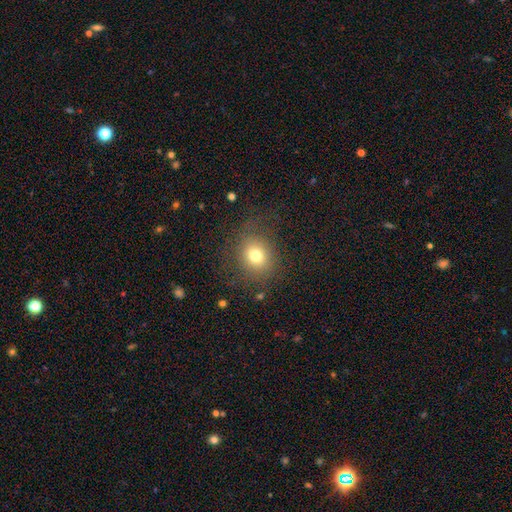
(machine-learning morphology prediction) Smooth or featured?
  - smooth: 73% *
  - star or artifact: 14%
  - featured or disk: 13%
How rounded?
  - round: 75% *
  - in between: 24%
  - cigar-shaped: 1%
Merging?
  - none: 72% *
  - minor disturbance: 14%
  - major disturbance: 12%
  - merger: 2%